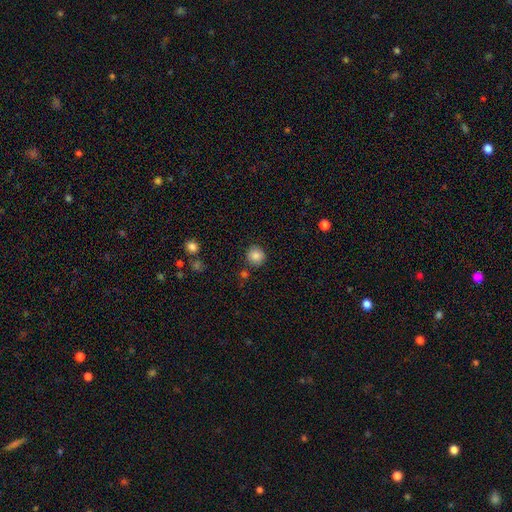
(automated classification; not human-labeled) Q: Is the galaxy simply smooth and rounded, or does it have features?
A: smooth — 86%.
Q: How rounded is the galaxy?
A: round — 92%.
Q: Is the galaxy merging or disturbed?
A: none — 85%.